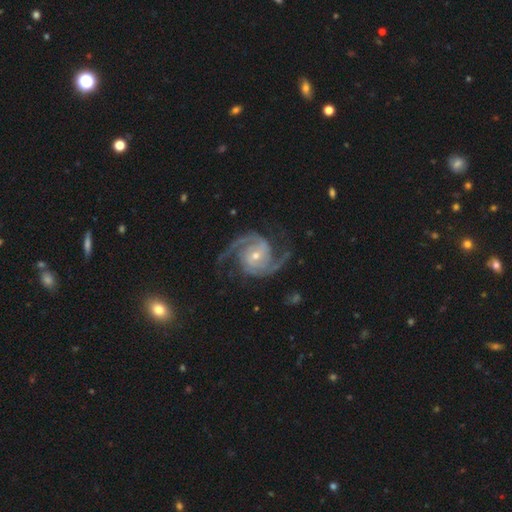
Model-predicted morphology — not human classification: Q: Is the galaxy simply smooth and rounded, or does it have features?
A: featured or disk — 93%.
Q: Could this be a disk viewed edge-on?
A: no — 98%.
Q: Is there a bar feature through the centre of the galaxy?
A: no — 54%.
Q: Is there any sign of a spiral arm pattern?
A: yes — 99%.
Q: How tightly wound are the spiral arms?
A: medium — 57%.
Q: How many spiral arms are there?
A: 2 — 87%.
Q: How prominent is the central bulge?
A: small — 62%.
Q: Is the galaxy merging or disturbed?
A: none — 77%.